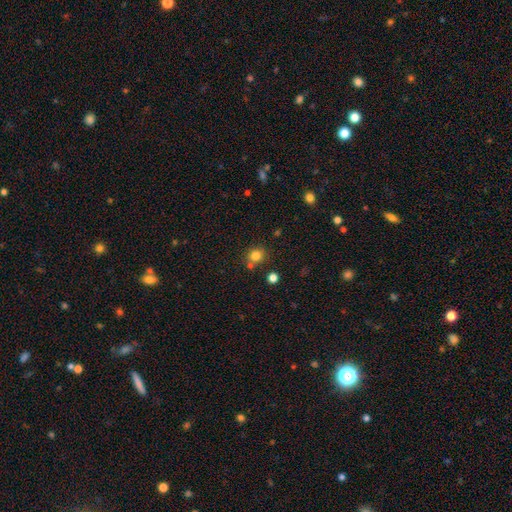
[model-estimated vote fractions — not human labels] Smooth or featured: smooth — 80% (star or artifact — 14%)
How rounded: round — 85% (in between — 14%)
Merging: none — 73% (merger — 14%)